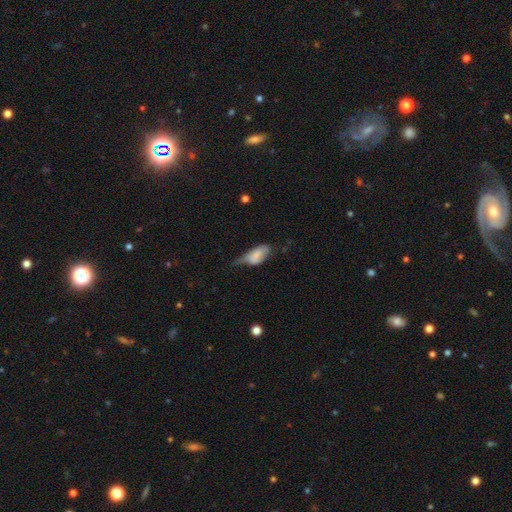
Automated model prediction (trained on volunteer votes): Smooth or featured? Predicted: smooth (p=0.69). How rounded? Predicted: in between (p=0.90). Merging? Predicted: minor disturbance (p=0.42).